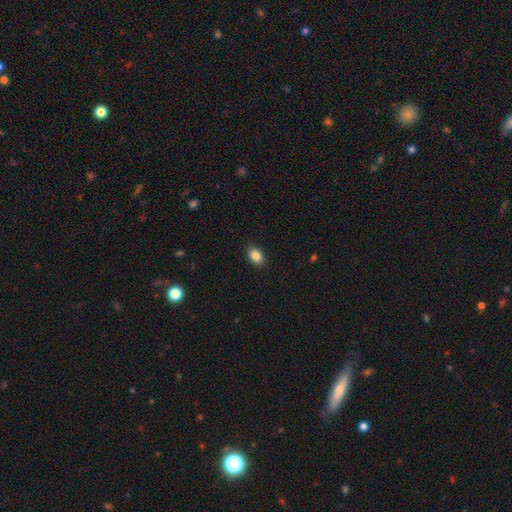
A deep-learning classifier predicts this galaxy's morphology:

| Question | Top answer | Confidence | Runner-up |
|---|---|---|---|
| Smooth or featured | smooth | 86% | star or artifact (9%) |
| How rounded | in between | 82% | round (17%) |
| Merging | none | 89% | minor disturbance (8%) |